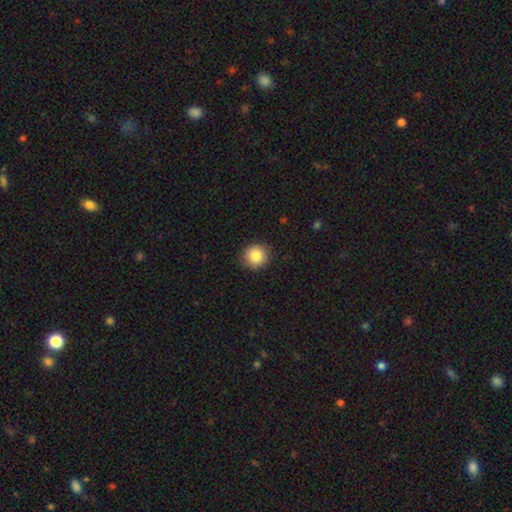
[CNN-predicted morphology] smooth-or-featured: smooth: 84% | star or artifact: 9% | featured or disk: 6%
  how-rounded: round: 89% | in between: 10% | cigar-shaped: 1%
  merging: none: 90% | minor disturbance: 7% | major disturbance: 2% | merger: 1%